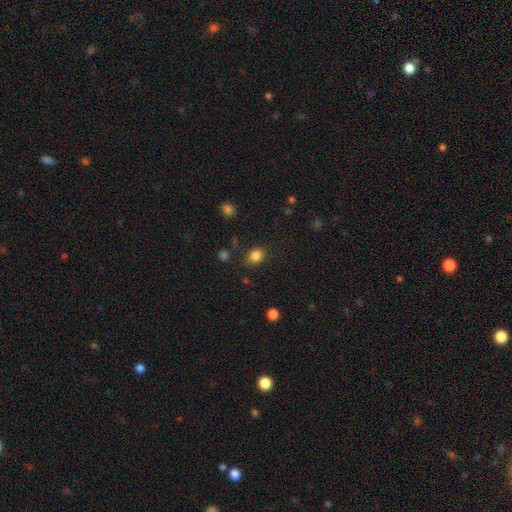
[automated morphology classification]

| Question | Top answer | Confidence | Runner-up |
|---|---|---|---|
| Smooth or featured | smooth | 84% | star or artifact (11%) |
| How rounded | in between | 50% | round (49%) |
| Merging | none | 81% | minor disturbance (12%) |